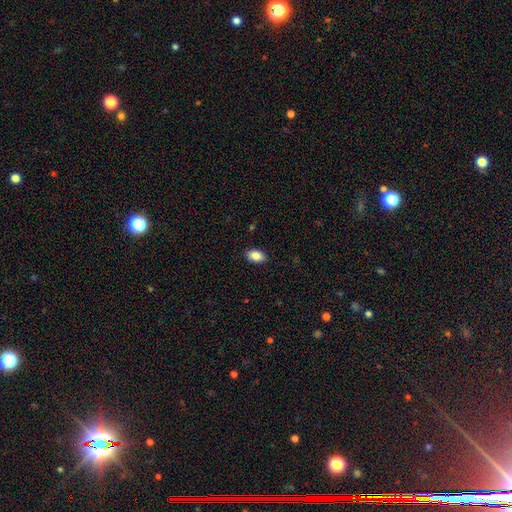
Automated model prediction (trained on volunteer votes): Overall: smooth (86%). How rounded: in between (90%). Merging: none (89%).